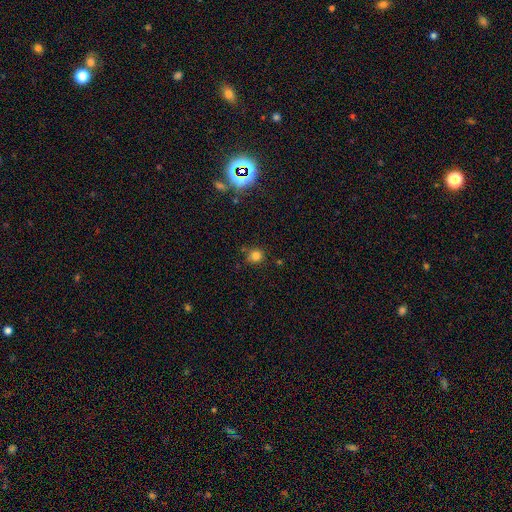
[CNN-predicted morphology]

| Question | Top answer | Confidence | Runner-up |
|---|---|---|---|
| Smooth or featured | smooth | 80% | star or artifact (15%) |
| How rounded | round | 88% | in between (11%) |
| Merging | none | 79% | minor disturbance (13%) |